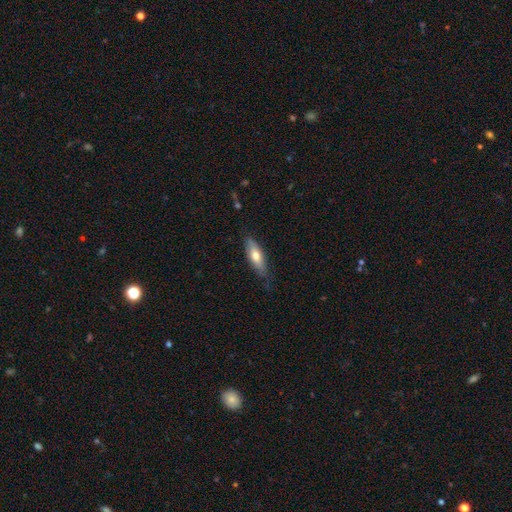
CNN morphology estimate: Smooth or featured? smooth (67%)
How rounded? in between (58%)
Merging? none (73%)